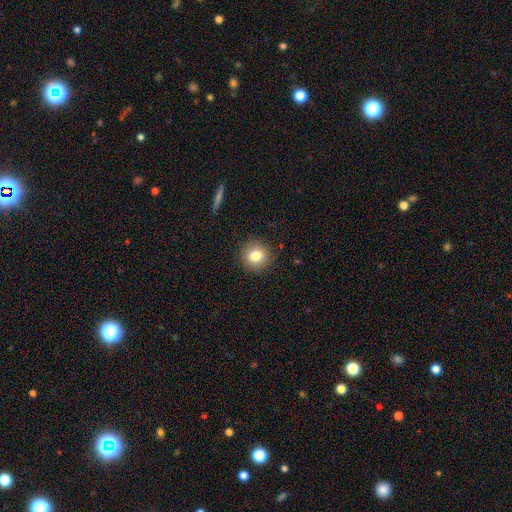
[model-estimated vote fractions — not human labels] Morphology: type=smooth (80%); roundness=round (88%); merging=none (89%).